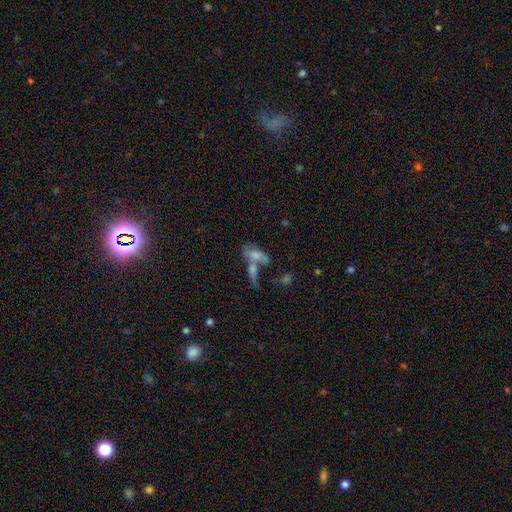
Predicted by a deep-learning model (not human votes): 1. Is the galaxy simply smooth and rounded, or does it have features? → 60% smooth, 29% featured or disk, 11% star or artifact.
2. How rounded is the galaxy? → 82% in between, 10% cigar-shaped, 8% round.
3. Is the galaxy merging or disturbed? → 61% merger, 19% none, 11% major disturbance, 9% minor disturbance.